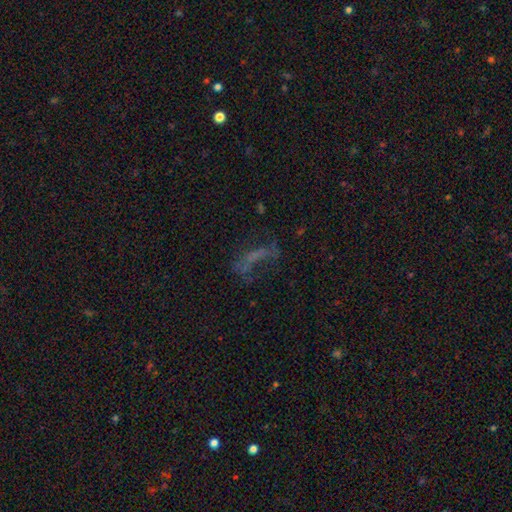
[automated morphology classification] A featured or disk galaxy (39%). Merging: none (40%).